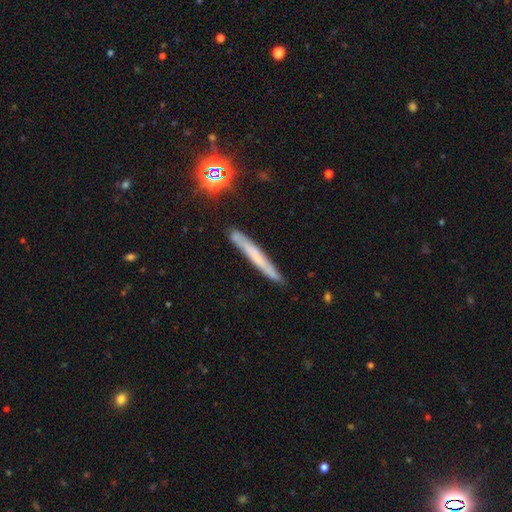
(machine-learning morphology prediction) Smooth or featured? Predicted: smooth (p=0.47). Merging? Predicted: none (p=0.84).